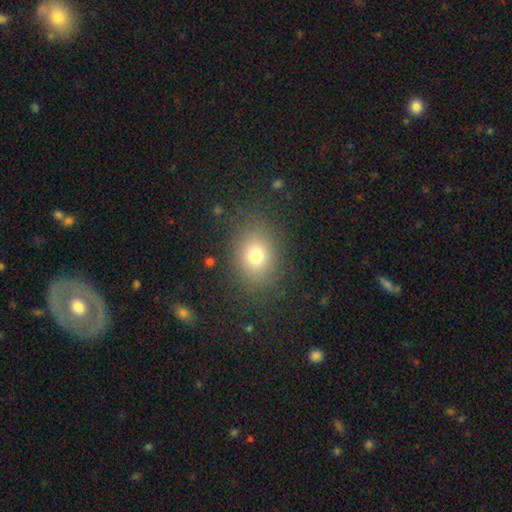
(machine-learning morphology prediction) Overall: smooth (75%). How rounded: in between (54%; round 45%). Merging: none (83%).